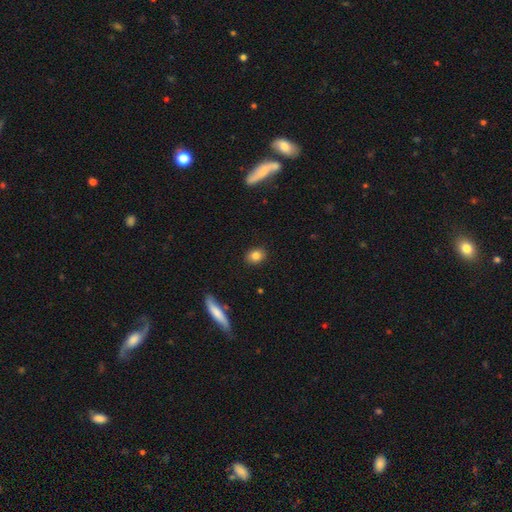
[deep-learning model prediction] This appears to be a smooth galaxy with no disk features (82%) that is in between round and cigar-shaped (56%). Merging: none (88%).